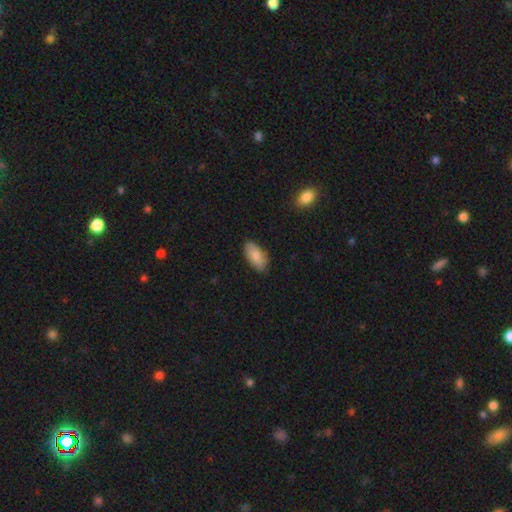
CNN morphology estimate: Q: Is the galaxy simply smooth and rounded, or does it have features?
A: smooth — 86%.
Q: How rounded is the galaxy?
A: in between — 93%.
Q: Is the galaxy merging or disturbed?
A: none — 84%.